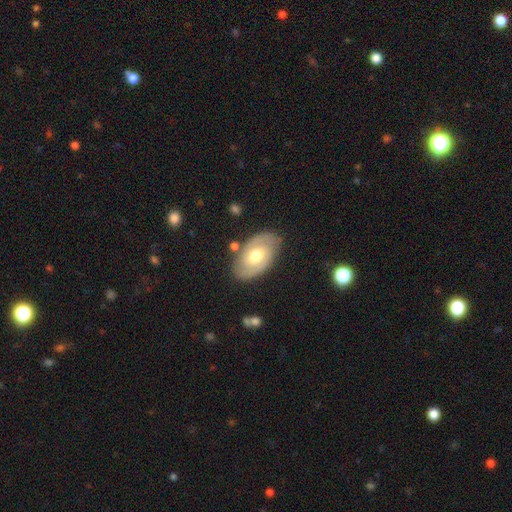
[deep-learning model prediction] Q: Smooth or featured?
A: featured or disk (65%); runner-up: smooth (30%)
Q: Edge-on disk?
A: no (93%); runner-up: yes (7%)
Q: Bar?
A: no (65%); runner-up: weak (29%)
Q: Spiral arms?
A: yes (72%); runner-up: no (28%)
Q: Bulge size?
A: moderate (74%); runner-up: large (12%)
Q: Merging?
A: none (78%); runner-up: minor disturbance (14%)